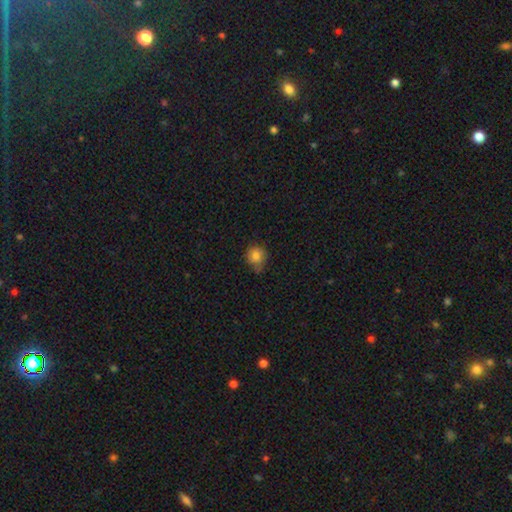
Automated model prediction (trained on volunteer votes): Q: Smooth or featured?
A: smooth (82%); runner-up: star or artifact (11%)
Q: How rounded?
A: round (83%); runner-up: in between (16%)
Q: Merging?
A: none (66%); runner-up: minor disturbance (27%)